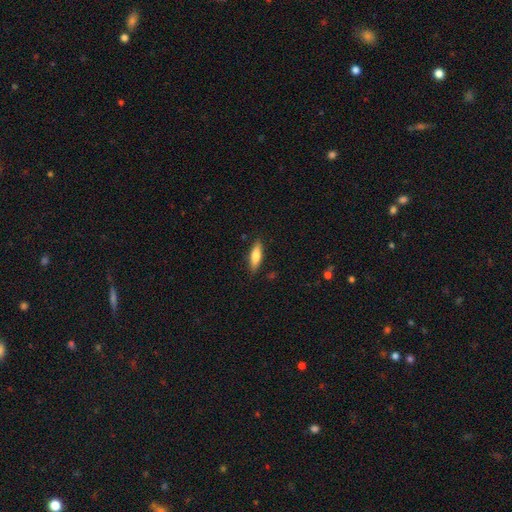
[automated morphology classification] Smooth or featured?
  - smooth: 72% *
  - featured or disk: 22%
  - star or artifact: 6%
How rounded?
  - cigar-shaped: 52% *
  - in between: 46%
  - round: 2%
Merging?
  - none: 86% *
  - minor disturbance: 11%
  - major disturbance: 2%
  - merger: 1%